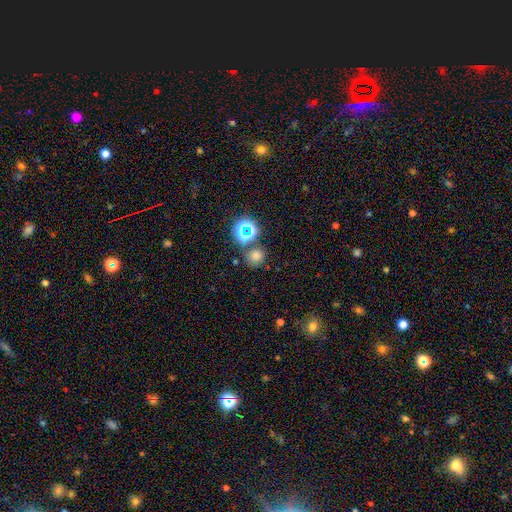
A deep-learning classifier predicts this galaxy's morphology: A smooth galaxy with no disk features (67%) that is round (85%).

Vote fractions:
- Smooth or featured? smooth: 67% / star or artifact: 25% / featured or disk: 8%
- How rounded? round: 85% / in between: 14% / cigar-shaped: 1%
- Merging? none: 72% / merger: 15% / minor disturbance: 9% / major disturbance: 4%